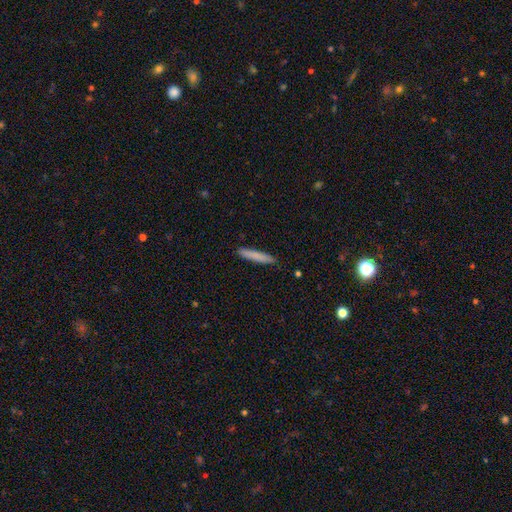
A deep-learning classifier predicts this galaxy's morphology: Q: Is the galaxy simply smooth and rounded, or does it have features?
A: smooth — 81%.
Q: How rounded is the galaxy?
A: cigar-shaped — 94%.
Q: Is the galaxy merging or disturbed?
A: none — 89%.